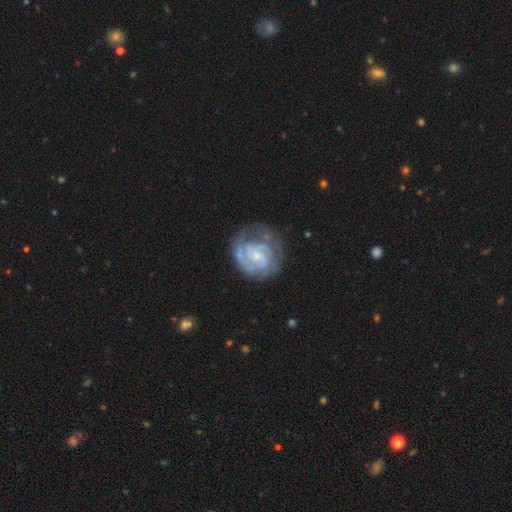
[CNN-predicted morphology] Overall: featured or disk (82%). Edge-on disk: no (98%). Bar: no (61%; weak 34%). Spiral arms: yes (94%). Spiral arm count: 2 (43%; can't tell 26%). Spiral winding: tight (62%; medium 30%). Bulge size: small (61%; moderate 23%). Merging: none (64%).